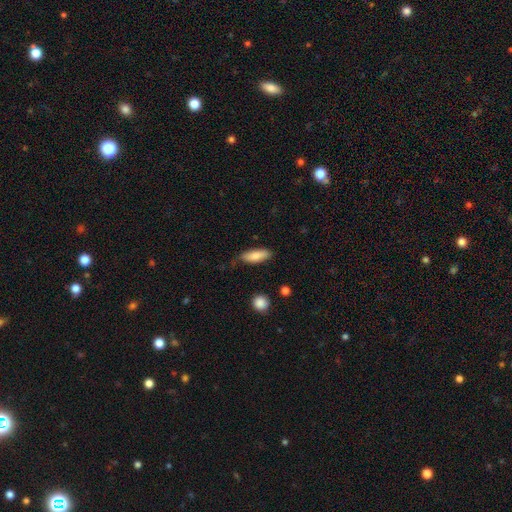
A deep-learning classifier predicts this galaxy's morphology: Smooth or featured?
  - smooth: 82% *
  - featured or disk: 11%
  - star or artifact: 6%
How rounded?
  - in between: 61% *
  - cigar-shaped: 37%
  - round: 2%
Merging?
  - none: 77% *
  - minor disturbance: 18%
  - major disturbance: 3%
  - merger: 2%